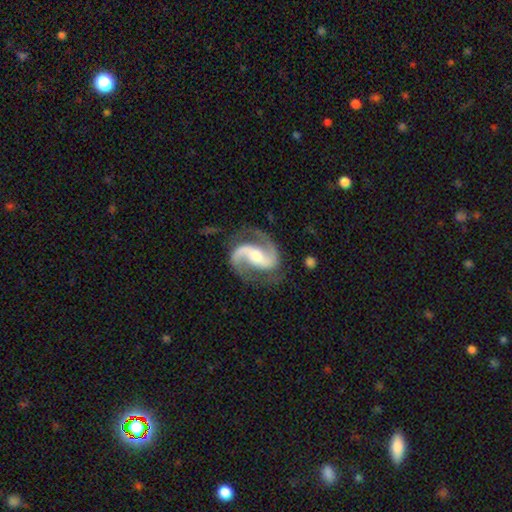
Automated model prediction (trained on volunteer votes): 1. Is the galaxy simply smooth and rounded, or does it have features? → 93% featured or disk, 4% star or artifact, 3% smooth.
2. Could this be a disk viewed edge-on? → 98% no, 2% yes.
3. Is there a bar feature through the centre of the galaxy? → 37% weak, 35% no, 28% strong.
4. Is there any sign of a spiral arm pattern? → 98% yes, 2% no.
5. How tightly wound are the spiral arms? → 59% medium, 26% loose, 15% tight.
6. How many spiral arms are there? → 94% 2, 1% 1, 1% 3, 1% can't tell, 1% 4, 1% more than 4.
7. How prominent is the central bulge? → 55% moderate, 31% small, 9% large, 4% none, 1% dominant.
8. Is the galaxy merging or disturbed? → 77% none, 14% minor disturbance, 7% major disturbance, 2% merger.